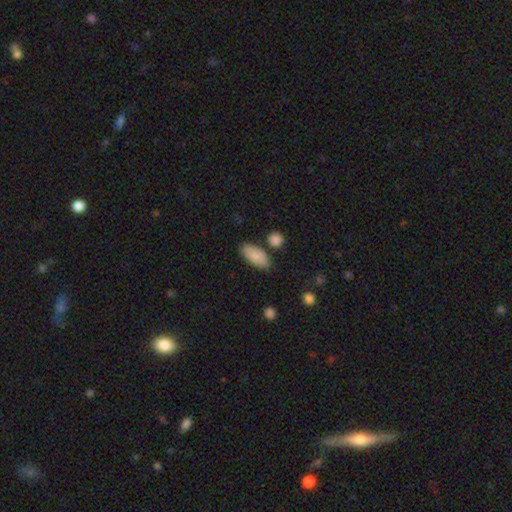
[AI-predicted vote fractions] Overall: smooth (87%). How rounded: in between (90%). Merging: none (78%).